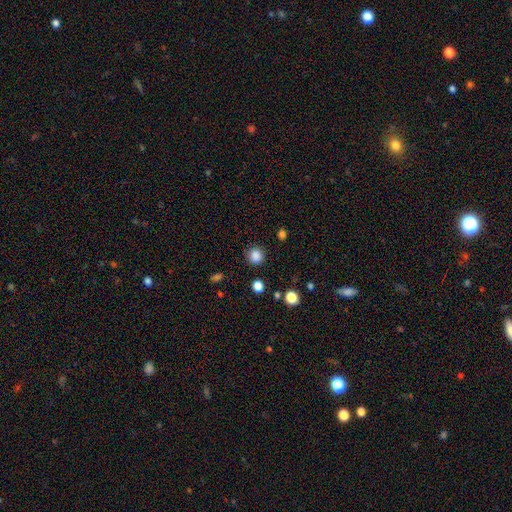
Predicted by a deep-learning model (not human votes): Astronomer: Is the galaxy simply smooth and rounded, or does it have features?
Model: smooth — 85%.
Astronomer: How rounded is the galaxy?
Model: round — 92%.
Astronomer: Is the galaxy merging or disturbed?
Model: none — 88%.